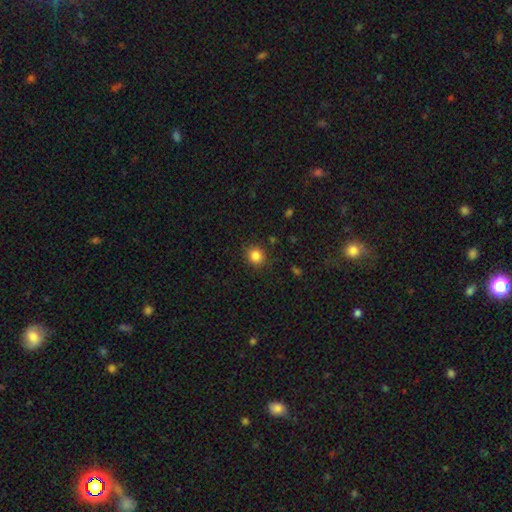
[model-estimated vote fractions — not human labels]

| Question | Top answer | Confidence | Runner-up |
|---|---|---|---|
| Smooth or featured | smooth | 84% | star or artifact (11%) |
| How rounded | round | 87% | in between (12%) |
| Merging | none | 88% | minor disturbance (8%) |